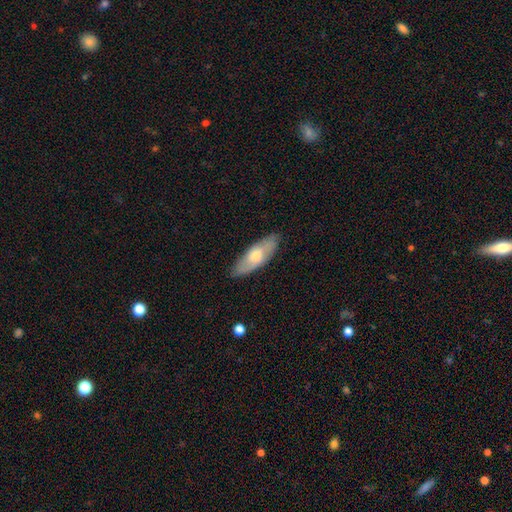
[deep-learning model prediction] Q: Smooth or featured?
A: smooth (57%); runner-up: featured or disk (37%)
Q: How rounded?
A: in between (64%); runner-up: cigar-shaped (34%)
Q: Merging?
A: none (84%); runner-up: minor disturbance (13%)